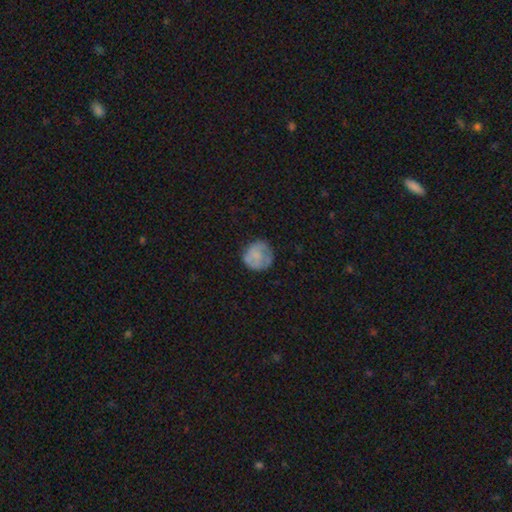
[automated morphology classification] smooth-or-featured: smooth: 68% | featured or disk: 25% | star or artifact: 7%
  how-rounded: round: 91% | in between: 8% | cigar-shaped: 1%
  merging: none: 71% | minor disturbance: 20% | major disturbance: 7% | merger: 1%